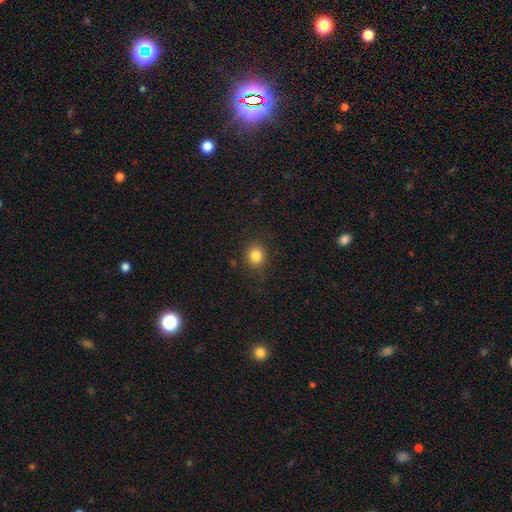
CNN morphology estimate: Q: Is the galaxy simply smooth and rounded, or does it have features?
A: smooth — 83%.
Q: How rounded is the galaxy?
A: round — 83%.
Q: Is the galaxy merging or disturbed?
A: none — 86%.